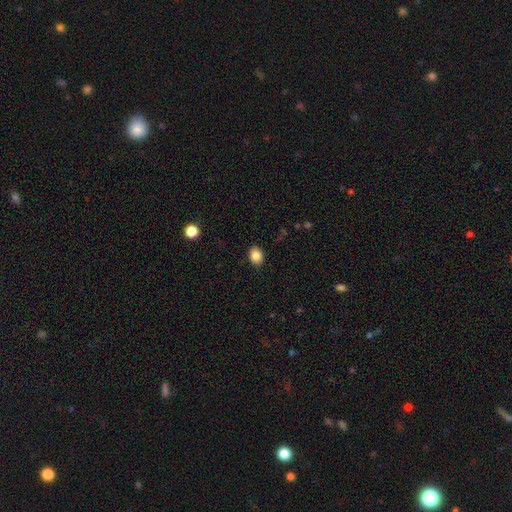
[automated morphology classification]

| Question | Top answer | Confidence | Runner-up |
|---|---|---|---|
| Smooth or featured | smooth | 85% | star or artifact (9%) |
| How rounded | in between | 57% | round (42%) |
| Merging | none | 89% | minor disturbance (8%) |